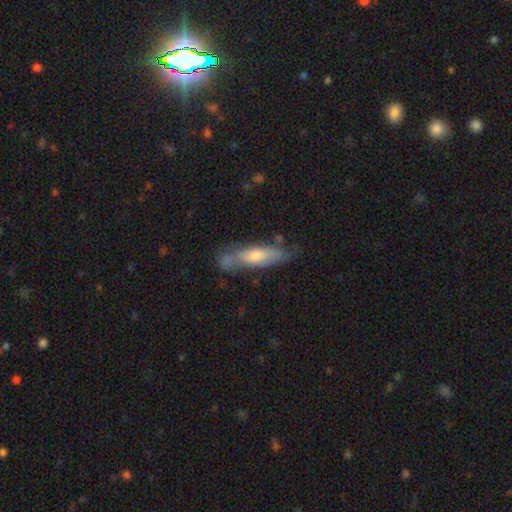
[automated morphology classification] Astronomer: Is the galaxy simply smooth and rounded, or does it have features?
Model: featured or disk — 50% (runner-up: smooth, 43%).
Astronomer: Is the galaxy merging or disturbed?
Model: none — 64%.